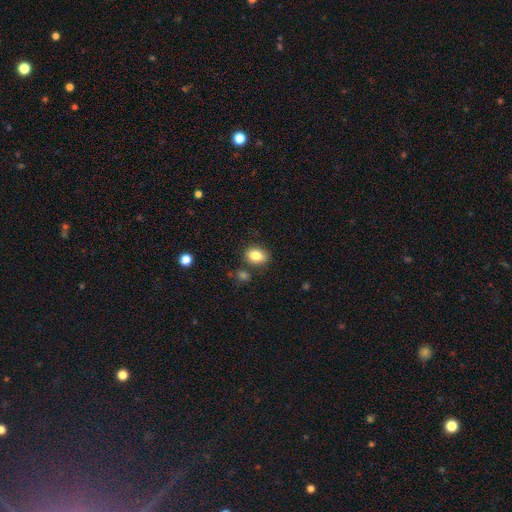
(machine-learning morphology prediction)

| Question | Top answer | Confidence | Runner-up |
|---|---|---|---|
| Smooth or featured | smooth | 84% | star or artifact (9%) |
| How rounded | in between | 70% | round (29%) |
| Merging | none | 80% | minor disturbance (12%) |